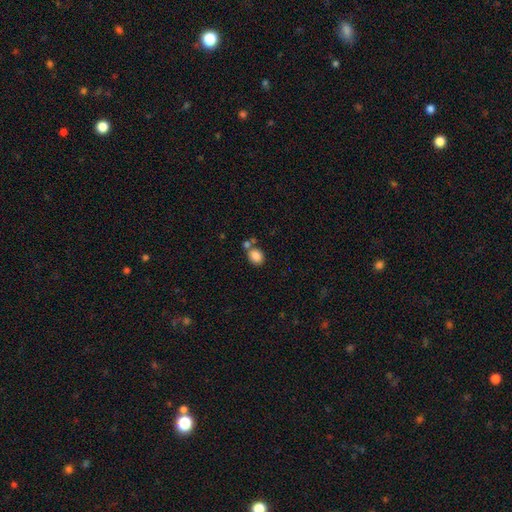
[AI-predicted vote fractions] This is clearly a smooth galaxy (85%). How rounded: possibly round (56%). Merging: possibly none (59%).